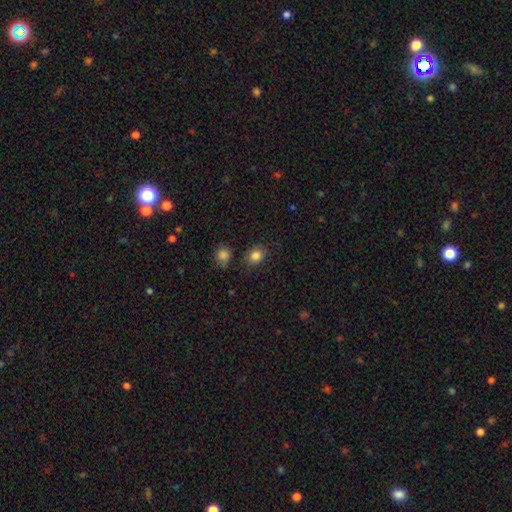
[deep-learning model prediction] This is clearly a smooth galaxy (84%). How rounded: possibly in between (54%). Merging: likely none (79%).